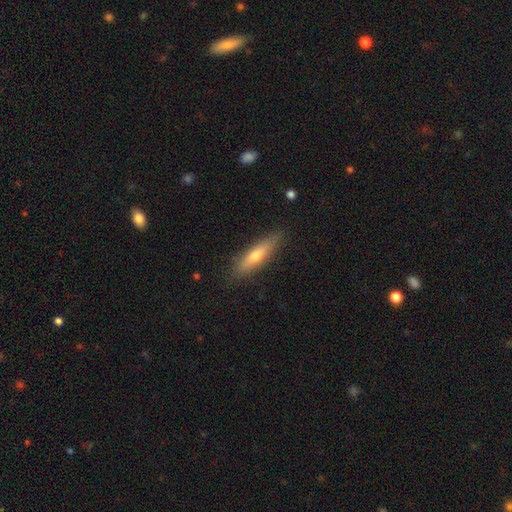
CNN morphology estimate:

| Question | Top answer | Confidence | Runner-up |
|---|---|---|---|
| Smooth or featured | smooth | 53% | featured or disk (40%) |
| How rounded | cigar-shaped | 75% | in between (23%) |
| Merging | none | 86% | minor disturbance (11%) |